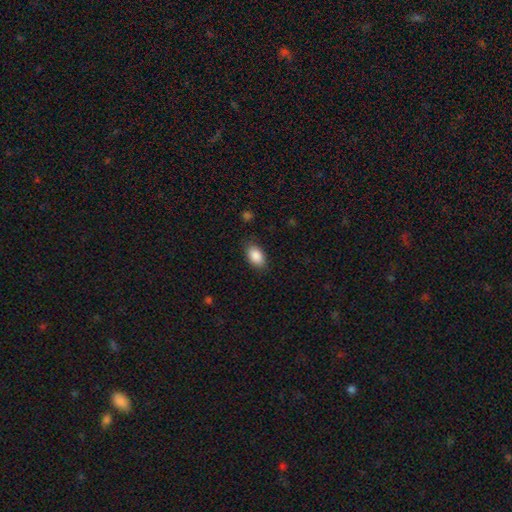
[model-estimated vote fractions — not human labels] Overall: smooth (89%). How rounded: in between (91%). Merging: none (83%).